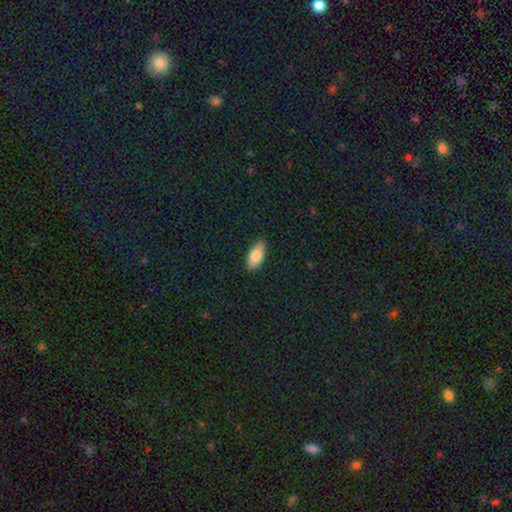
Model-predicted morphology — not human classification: Smooth or featured: smooth — 82% (featured or disk — 11%)
How rounded: in between — 88% (cigar-shaped — 10%)
Merging: none — 85% (minor disturbance — 12%)